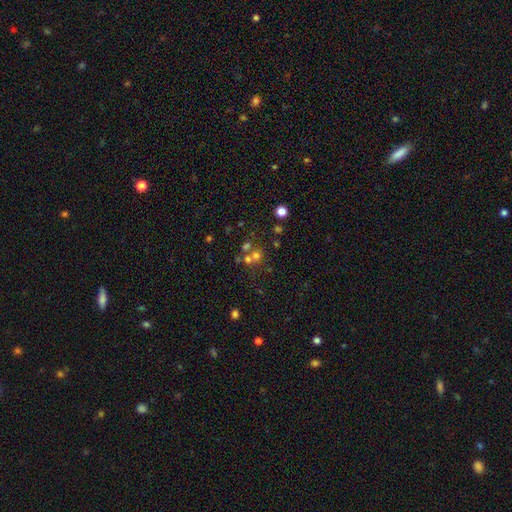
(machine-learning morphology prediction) smooth_or_featured: smooth (p=0.58) [alt: star or artifact p=0.25]
how_rounded: round (p=0.86) [alt: in between p=0.13]
merging: none (p=0.49) [alt: merger p=0.40]